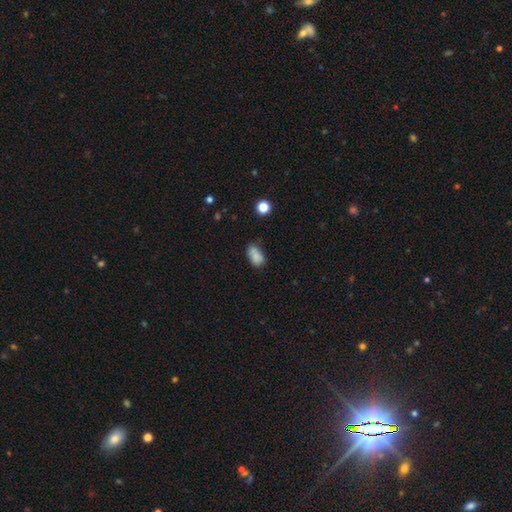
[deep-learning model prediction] Morphology: type=smooth (83%); roundness=in between (88%); merging=none (61%).